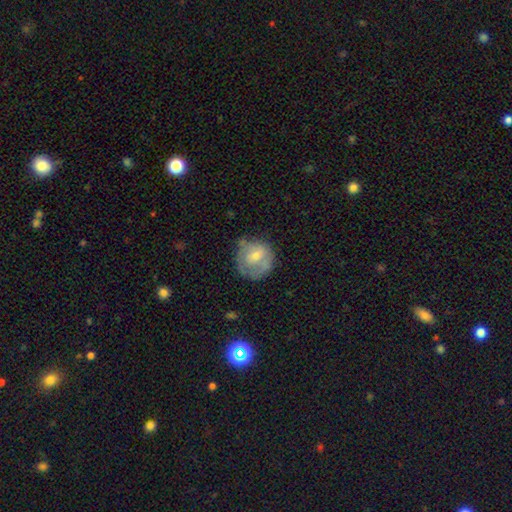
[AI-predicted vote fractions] The model was most divided on "smooth or featured": smooth: 51%, featured or disk: 40%, star or artifact: 9%. More confident: how rounded — round (80%); merging — none (57%).